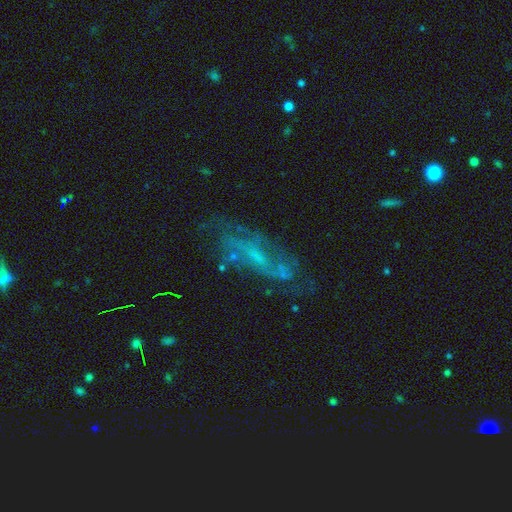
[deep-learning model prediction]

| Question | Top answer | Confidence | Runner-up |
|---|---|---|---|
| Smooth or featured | featured or disk | 61% | smooth (22%) |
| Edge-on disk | no | 81% | yes (19%) |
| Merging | none | 61% | minor disturbance (19%) |